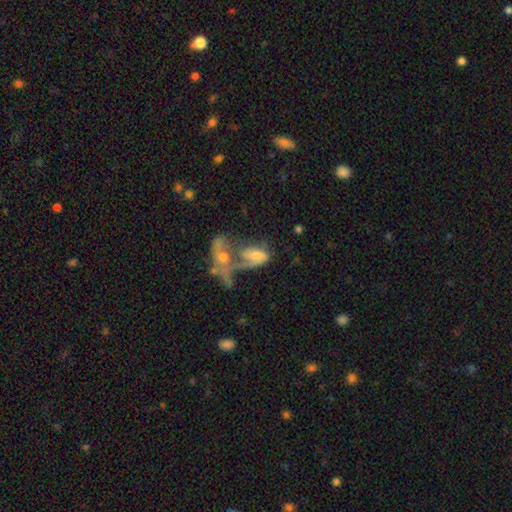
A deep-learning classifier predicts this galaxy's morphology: Overall: featured or disk (56%; smooth 35%). Edge-on disk: no (93%). Bar: no (63%; weak 28%). Spiral arms: yes (59%; no 41%). Bulge size: moderate (46%; small 36%). Merging: merger (61%).